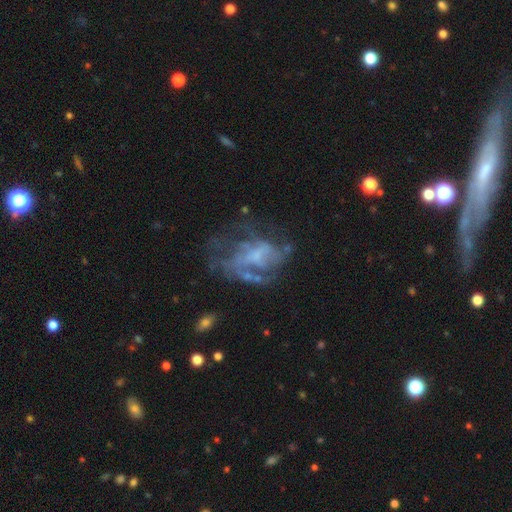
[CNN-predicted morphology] Q: Smooth or featured?
A: featured or disk (69%); runner-up: smooth (19%)
Q: Edge-on disk?
A: no (97%); runner-up: yes (3%)
Q: Bar?
A: no (64%); runner-up: weak (29%)
Q: Spiral arms?
A: no (53%); runner-up: yes (47%)
Q: Bulge size?
A: none (44%); runner-up: small (34%)
Q: Merging?
A: major disturbance (37%); tied with: none (37%)